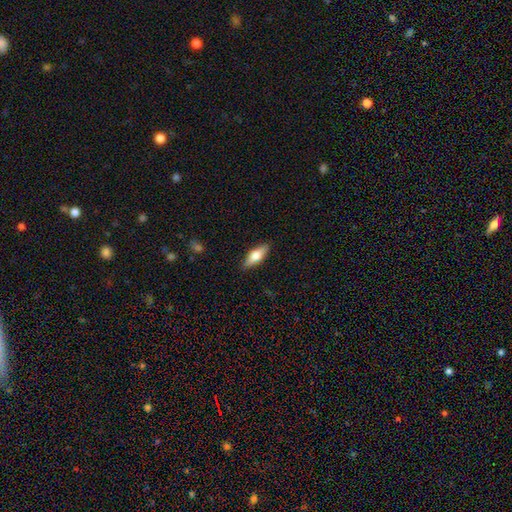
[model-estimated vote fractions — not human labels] Smooth or featured? smooth (59%)
How rounded? in between (60%)
Merging? none (87%)